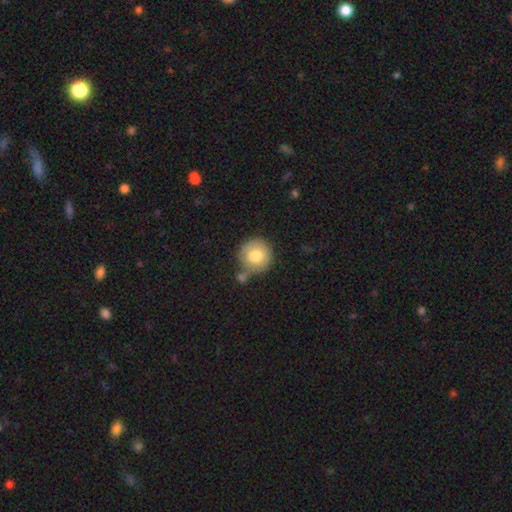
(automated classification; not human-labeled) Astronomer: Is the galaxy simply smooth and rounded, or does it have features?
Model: smooth — 76%.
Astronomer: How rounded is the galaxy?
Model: round — 92%.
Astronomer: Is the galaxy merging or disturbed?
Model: none — 61%.